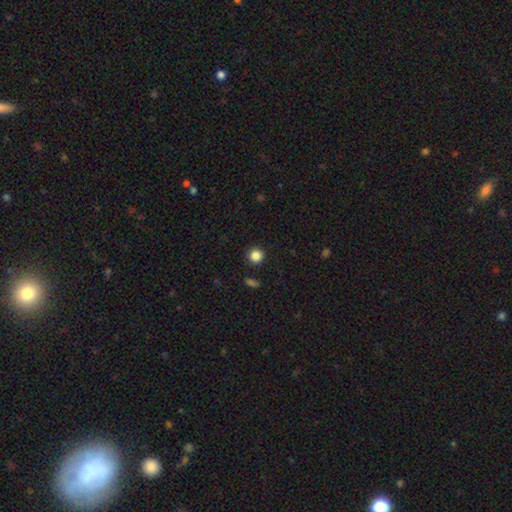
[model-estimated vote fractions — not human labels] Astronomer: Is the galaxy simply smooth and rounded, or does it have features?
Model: smooth — 85%.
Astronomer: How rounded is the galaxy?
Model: round — 94%.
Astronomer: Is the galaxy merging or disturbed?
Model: none — 92%.